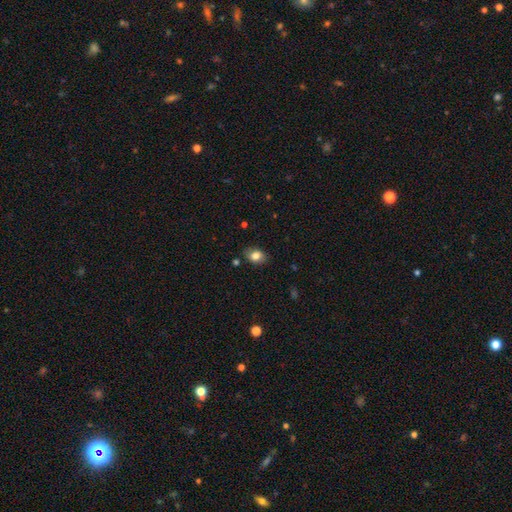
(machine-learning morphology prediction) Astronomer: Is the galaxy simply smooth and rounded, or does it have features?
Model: smooth — 81%.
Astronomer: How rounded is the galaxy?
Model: in between — 71%.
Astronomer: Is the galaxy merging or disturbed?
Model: none — 83%.